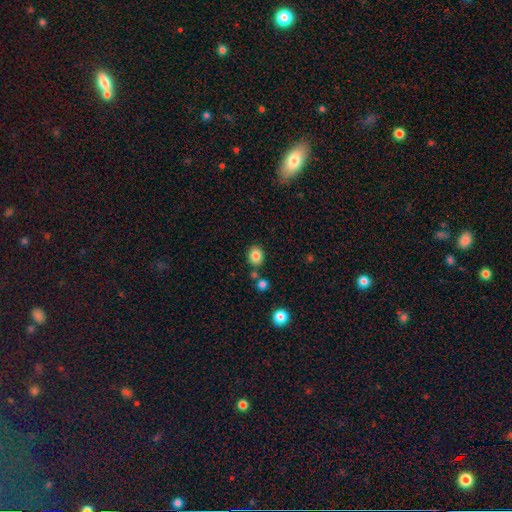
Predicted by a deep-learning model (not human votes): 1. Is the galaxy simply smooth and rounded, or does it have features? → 84% smooth, 10% star or artifact, 6% featured or disk.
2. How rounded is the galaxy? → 60% round, 39% in between, 1% cigar-shaped.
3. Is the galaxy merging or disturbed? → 80% none, 10% minor disturbance, 8% merger, 3% major disturbance.